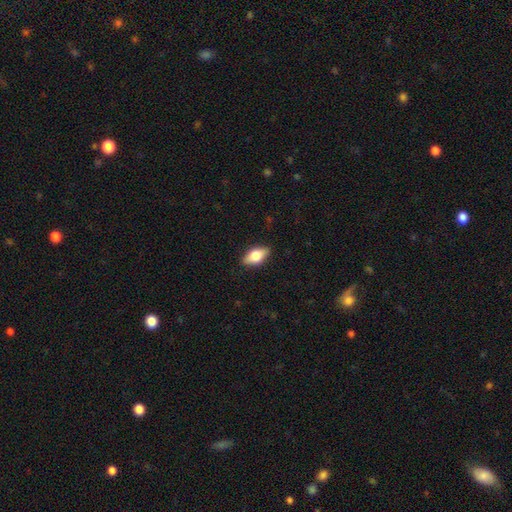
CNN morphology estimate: Q: Smooth or featured?
A: smooth (67%); runner-up: featured or disk (26%)
Q: How rounded?
A: in between (85%); runner-up: cigar-shaped (9%)
Q: Merging?
A: none (86%); runner-up: minor disturbance (11%)